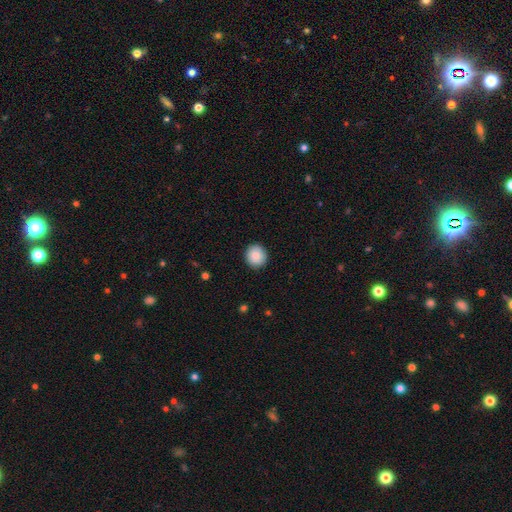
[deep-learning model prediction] smooth_or_featured: smooth (p=0.88) [alt: star or artifact p=0.08]
how_rounded: round (p=0.87) [alt: in between p=0.12]
merging: none (p=0.91) [alt: minor disturbance p=0.06]